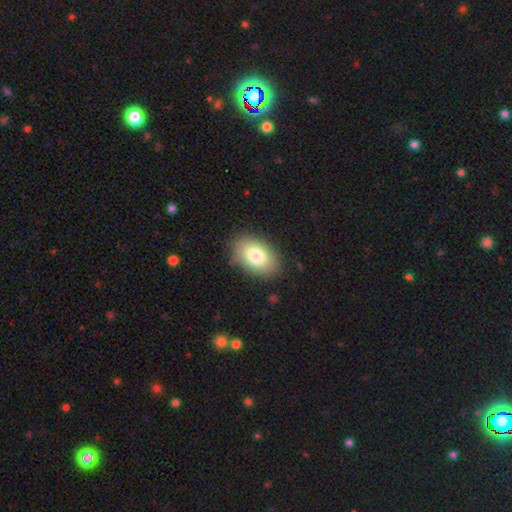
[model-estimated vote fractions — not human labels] A smooth galaxy with no disk features (80%) that is in between round and cigar-shaped (88%).

Vote fractions:
- Smooth or featured? smooth: 80% / featured or disk: 12% / star or artifact: 8%
- How rounded? in between: 88% / round: 11% / cigar-shaped: 1%
- Merging? none: 84% / minor disturbance: 12% / major disturbance: 3% / merger: 1%